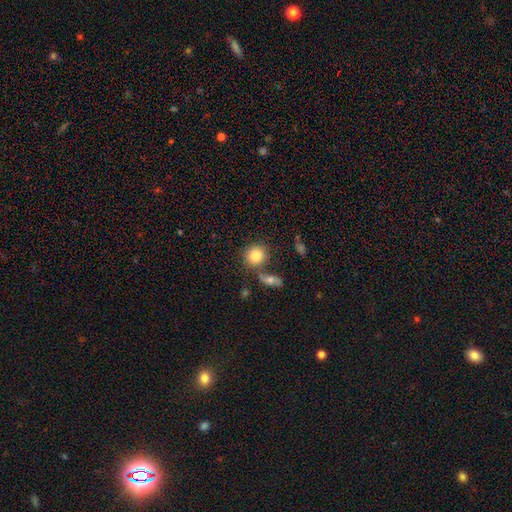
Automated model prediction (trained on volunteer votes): This appears to be a smooth galaxy with no disk features (81%) that is round (83%). Merging: none (67%).